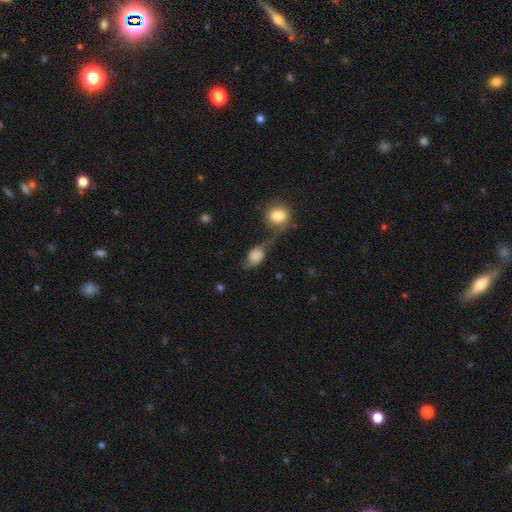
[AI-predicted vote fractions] smooth_or_featured: smooth (p=0.58) [alt: featured or disk p=0.32]
how_rounded: in between (p=0.55) [alt: round p=0.42]
merging: merger (p=0.37) [alt: none p=0.26]